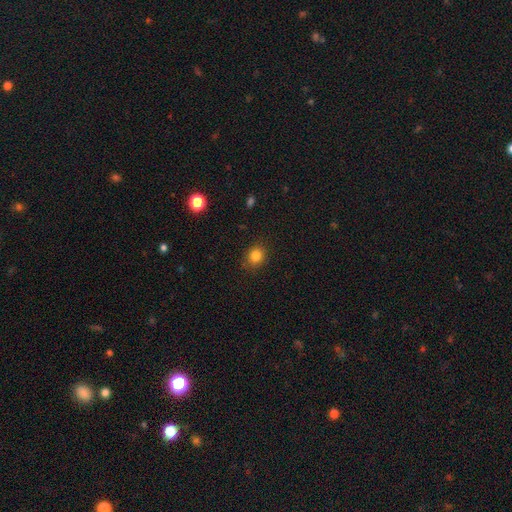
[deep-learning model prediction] smooth 83%, star or artifact 12%, featured or disk 5%. Down the decision tree: how rounded — round (70%); merging — none (86%).